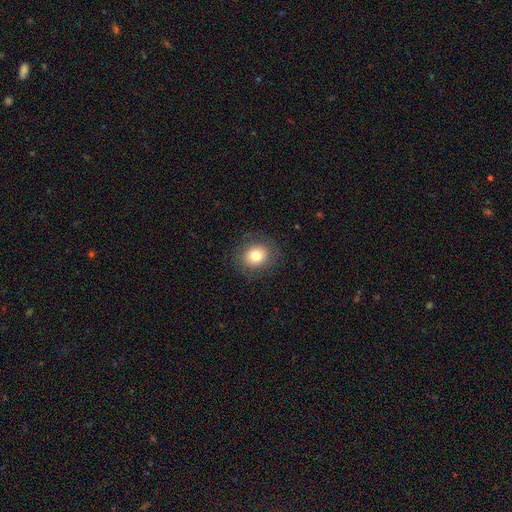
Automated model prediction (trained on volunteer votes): This appears to be a smooth galaxy with no disk features (76%) that is round (77%). Merging: none (86%).